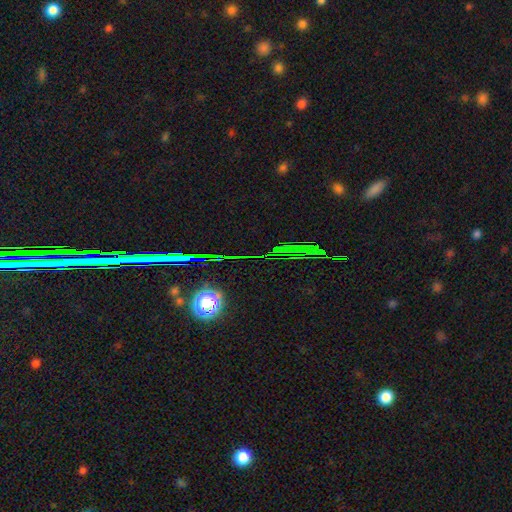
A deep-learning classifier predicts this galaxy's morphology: smooth-or-featured: star or artifact: 72% | smooth: 15% | featured or disk: 14%